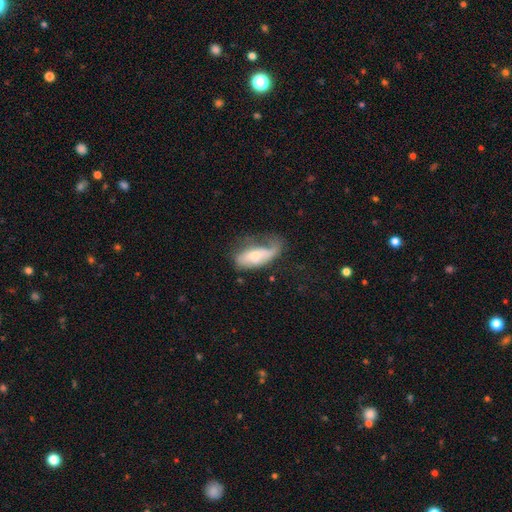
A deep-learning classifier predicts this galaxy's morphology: Smooth or featured?
  - smooth: 49% *
  - featured or disk: 44%
  - star or artifact: 7%
Merging?
  - major disturbance: 40% *
  - minor disturbance: 28%
  - none: 27%
  - merger: 5%